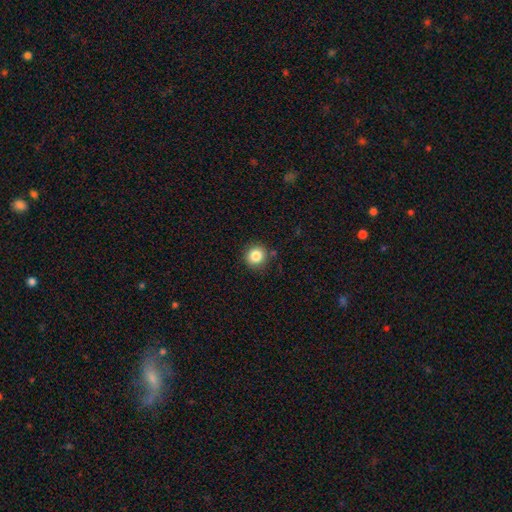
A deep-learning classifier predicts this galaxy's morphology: This is clearly a smooth galaxy (84%). How rounded: clearly round (92%). Merging: clearly none (86%).